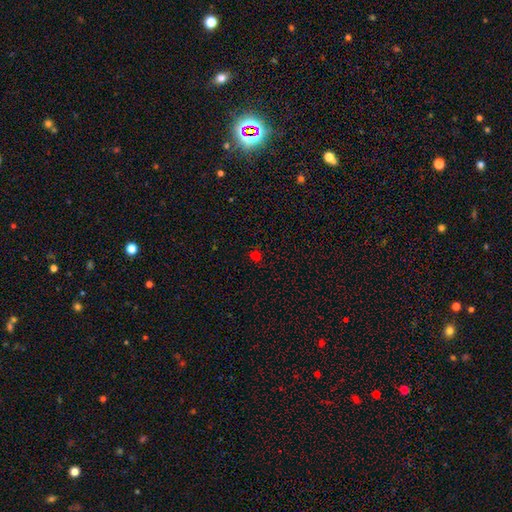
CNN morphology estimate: smooth_or_featured: smooth (p=0.63) [alt: star or artifact p=0.32]
how_rounded: round (p=0.73) [alt: in between p=0.26]
merging: none (p=0.81) [alt: minor disturbance p=0.12]